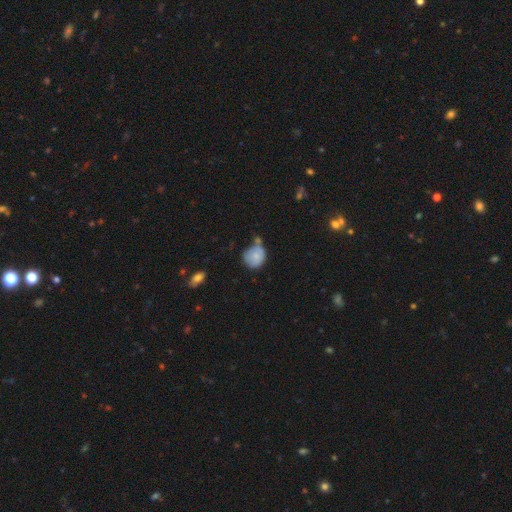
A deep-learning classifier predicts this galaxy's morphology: Smooth or featured? smooth (79%)
How rounded? round (74%)
Merging? none (44%)